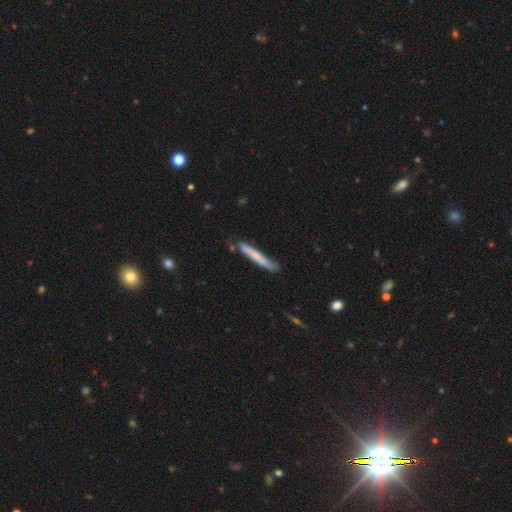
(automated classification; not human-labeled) Morphology: type=smooth (63%); roundness=cigar-shaped (96%); merging=none (73%).